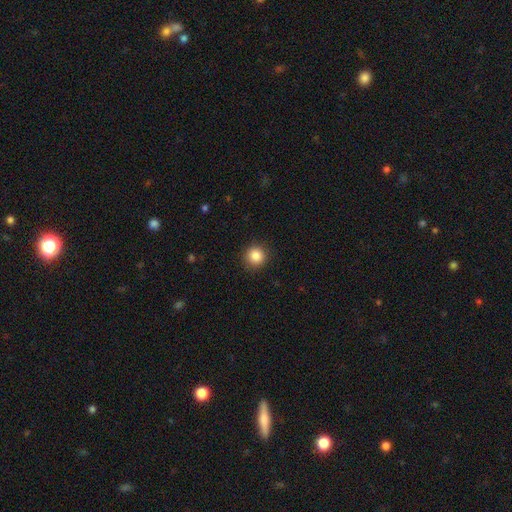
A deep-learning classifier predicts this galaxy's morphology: This is clearly a smooth galaxy (86%). How rounded: clearly round (93%). Merging: clearly none (90%).